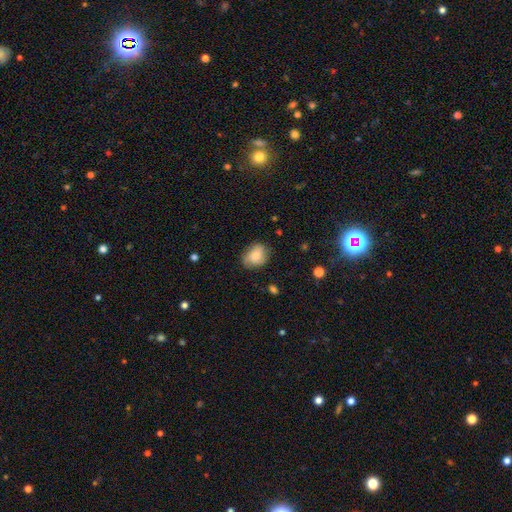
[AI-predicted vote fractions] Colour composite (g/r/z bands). It shows a smooth galaxy with no disk features (74%) that is in between round and cigar-shaped (50%). Merging: none (72%).